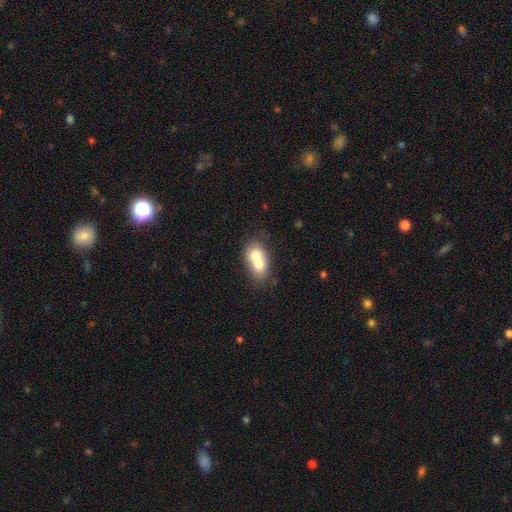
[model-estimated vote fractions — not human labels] smooth_or_featured: smooth (p=0.65) [alt: featured or disk p=0.27]
how_rounded: in between (p=0.67) [alt: round p=0.31]
merging: merger (p=0.69) [alt: none p=0.21]